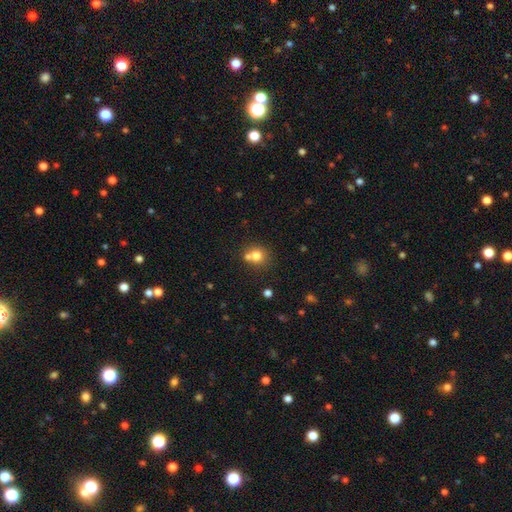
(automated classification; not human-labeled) The model was most divided on "merging": none: 51%, merger: 35%, minor disturbance: 10%, major disturbance: 4%. More confident: how rounded — round (81%); smooth or featured — smooth (76%).